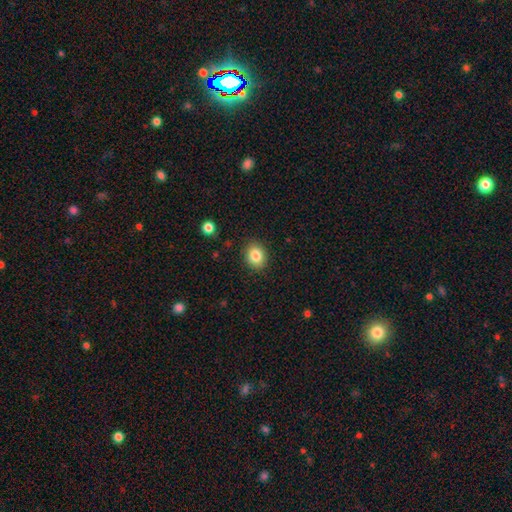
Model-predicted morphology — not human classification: A smooth galaxy with no disk features (84%) that is round (52%). Merging: none (88%).